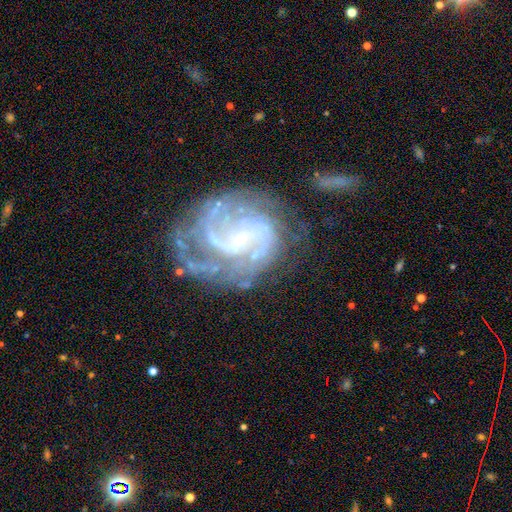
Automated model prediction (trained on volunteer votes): A featured or disk galaxy (88%) with a weak bar (49%), 2 (49%) medium (48%) spiral arms (96%) and a small central bulge (78%).

Vote fractions:
- Smooth or featured? featured or disk: 88% / star or artifact: 7% / smooth: 5%
- Edge-on disk? no: 98% / yes: 2%
- Bar? weak: 49% / no: 32% / strong: 20%
- Spiral arms? yes: 96% / no: 4%
- Spiral winding? medium: 48% / tight: 34% / loose: 18%
- Spiral arm count? 2: 49% / can't tell: 18% / 3: 14% / 4: 7% / 1: 6% / more than 4: 6%
- Bulge size? small: 78% / moderate: 11% / none: 9% / large: 1% / dominant: 1%
- Merging? none: 61% / minor disturbance: 20% / major disturbance: 16% / merger: 4%